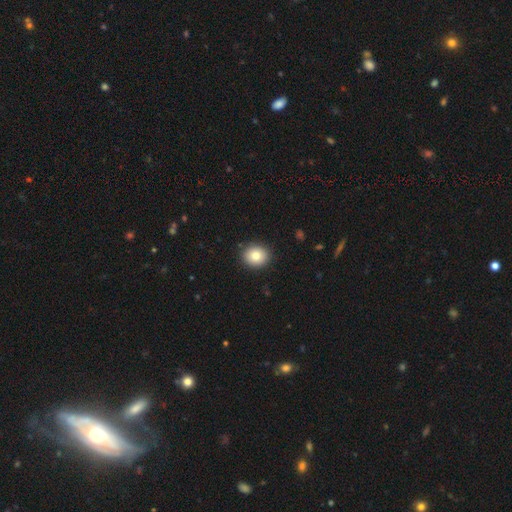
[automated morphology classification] The model was most divided on "how rounded": round: 74%, in between: 25%, cigar-shaped: 1%. More confident: merging — none (90%); smooth or featured — smooth (81%).